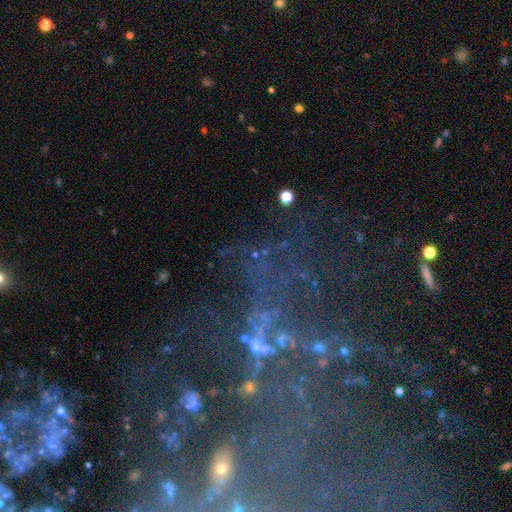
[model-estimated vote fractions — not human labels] Smooth or featured? featured or disk (43%)
Merging? none (47%)